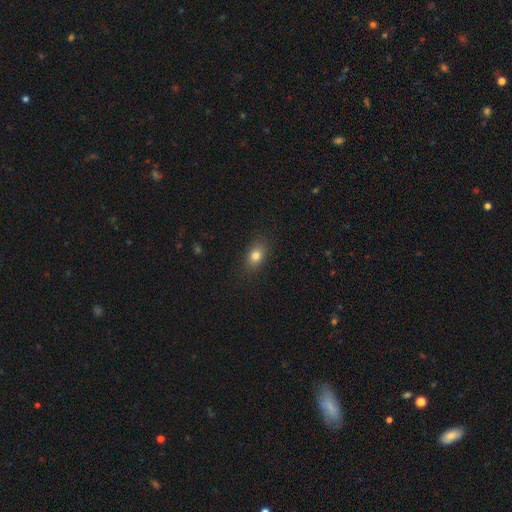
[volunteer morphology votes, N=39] Smooth or featured: smooth — 77% (featured or disk — 13%)
How rounded: in between — 67% (round — 30%)
Merging: none — 83% (minor disturbance — 11%)